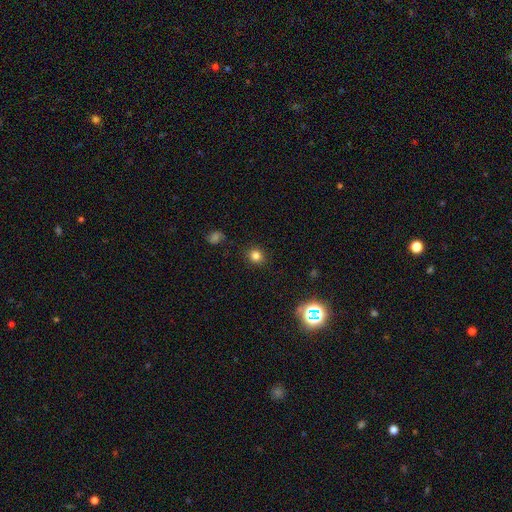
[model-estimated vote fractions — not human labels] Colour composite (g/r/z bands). It shows a smooth galaxy with no disk features (80%) that is round (88%). Merging: none (89%).